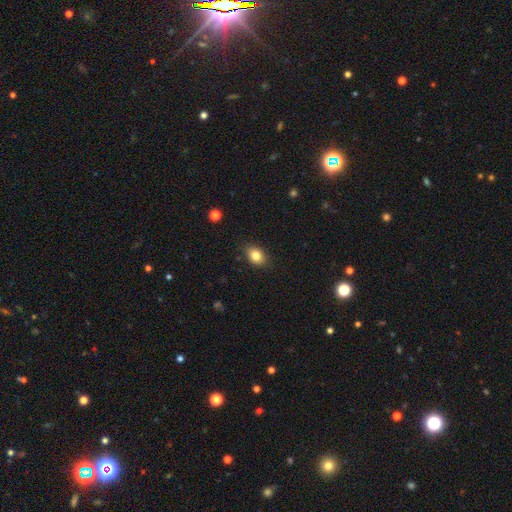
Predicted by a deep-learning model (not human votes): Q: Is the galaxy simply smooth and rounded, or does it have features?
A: smooth — 82%.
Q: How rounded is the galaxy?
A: in between — 73%.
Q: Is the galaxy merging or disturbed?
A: none — 85%.